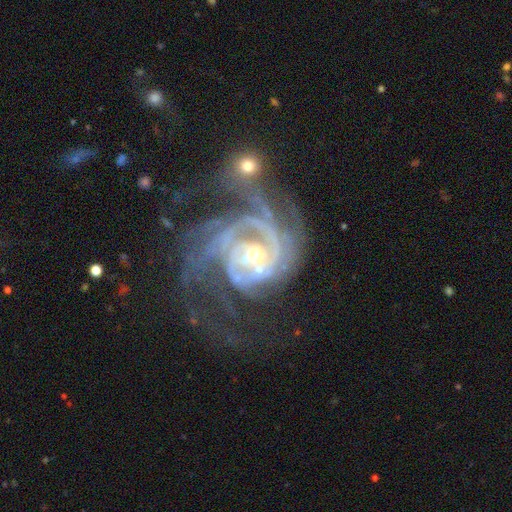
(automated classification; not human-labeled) A featured or disk galaxy (89%) with no bar (62%), 2 (28%) tight (55%) spiral arms (95%) and a moderate central bulge (54%). Merging: major disturbance (36%).